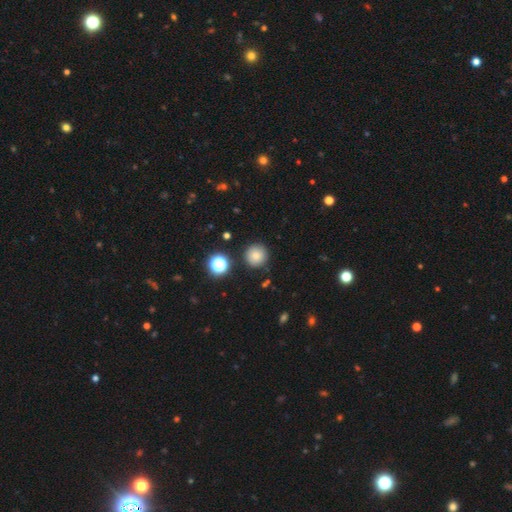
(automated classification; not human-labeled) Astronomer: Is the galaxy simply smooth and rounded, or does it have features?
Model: smooth — 79%.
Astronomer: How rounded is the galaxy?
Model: round — 95%.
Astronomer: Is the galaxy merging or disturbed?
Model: none — 87%.